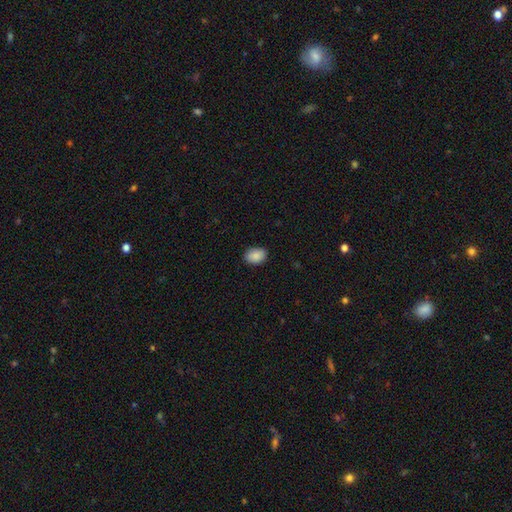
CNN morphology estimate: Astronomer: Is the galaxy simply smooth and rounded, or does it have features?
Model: smooth — 89%.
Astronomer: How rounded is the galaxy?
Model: in between — 78%.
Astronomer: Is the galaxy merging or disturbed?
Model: none — 87%.